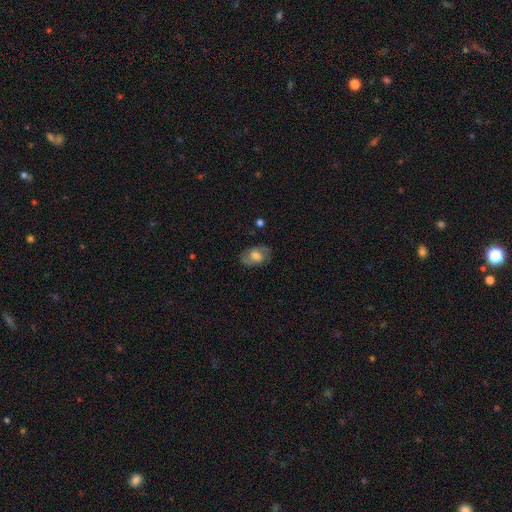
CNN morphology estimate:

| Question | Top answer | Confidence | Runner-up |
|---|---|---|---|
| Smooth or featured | featured or disk | 47% | smooth (45%) |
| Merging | none | 75% | minor disturbance (17%) |